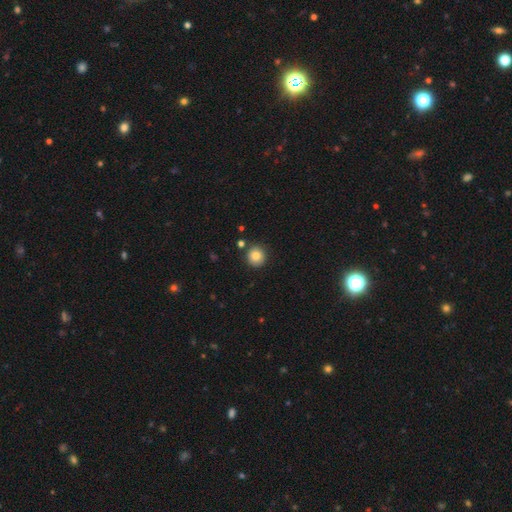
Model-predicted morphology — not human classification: type=smooth (84%); roundness=round (92%); merging=none (87%).